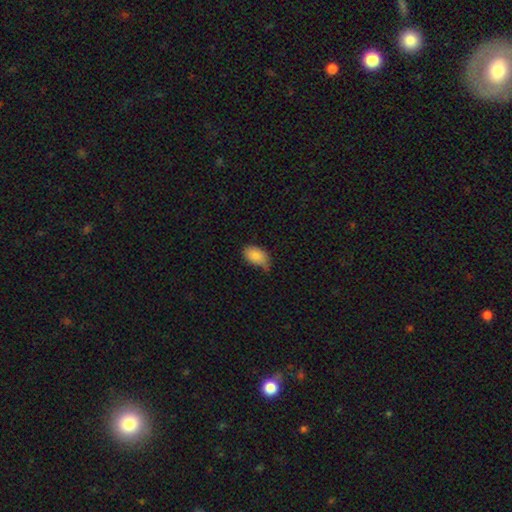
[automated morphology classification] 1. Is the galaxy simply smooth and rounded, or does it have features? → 87% smooth, 7% star or artifact, 6% featured or disk.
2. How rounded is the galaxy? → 89% in between, 10% round, 1% cigar-shaped.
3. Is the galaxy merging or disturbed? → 50% none, 39% minor disturbance, 8% major disturbance, 3% merger.